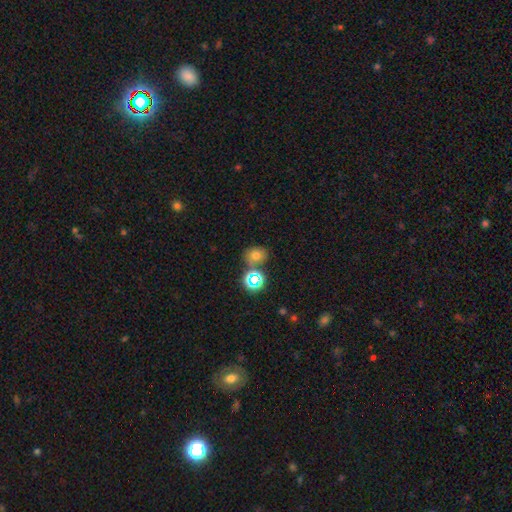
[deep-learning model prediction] smooth 64%, star or artifact 24%, featured or disk 11%. Down the decision tree: how rounded — round (57%); merging — none (61%).